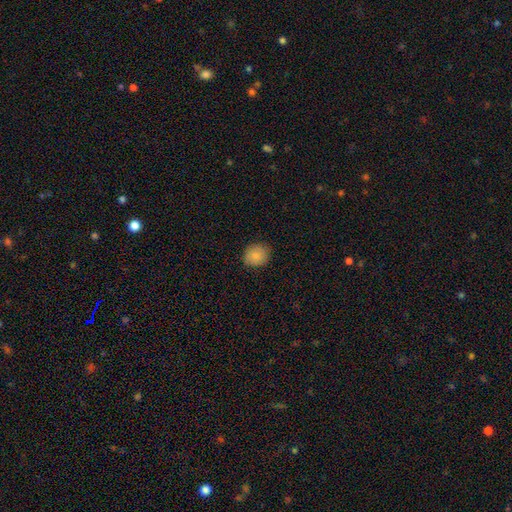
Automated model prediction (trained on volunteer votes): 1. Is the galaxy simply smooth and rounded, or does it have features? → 85% smooth, 9% star or artifact, 7% featured or disk.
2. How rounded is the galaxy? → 76% round, 23% in between, 1% cigar-shaped.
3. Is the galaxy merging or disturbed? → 84% none, 12% minor disturbance, 2% major disturbance, 1% merger.